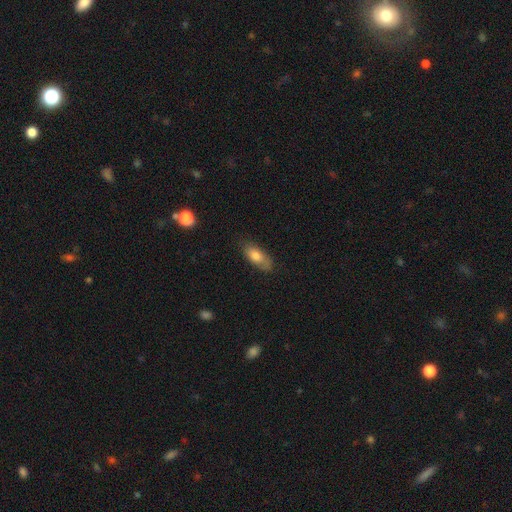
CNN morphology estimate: Smooth or featured? smooth (77%)
How rounded? in between (83%)
Merging? none (72%)